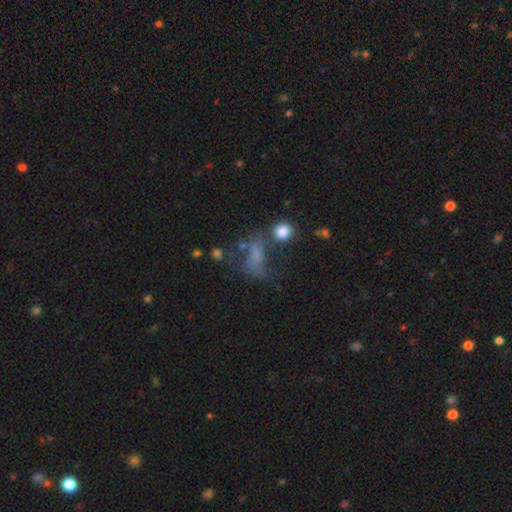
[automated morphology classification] Smooth or featured: smooth — 48% (featured or disk — 29%)
Merging: major disturbance — 37% (none — 31%)